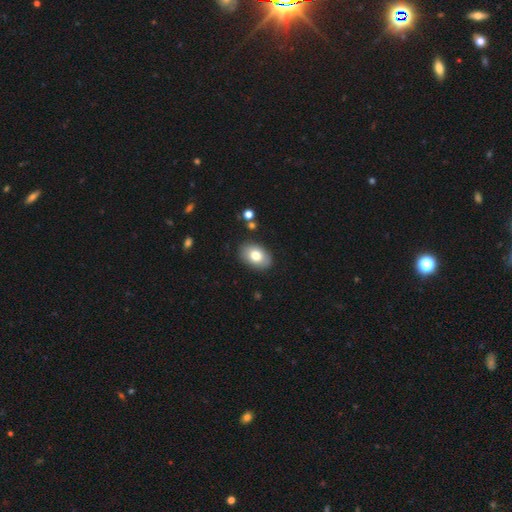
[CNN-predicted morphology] A smooth galaxy with no disk features (77%) that is in between round and cigar-shaped (84%). Merging: none (87%).